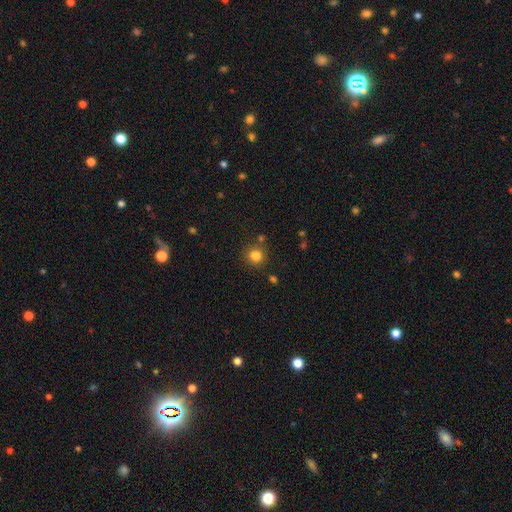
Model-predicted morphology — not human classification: Q: Smooth or featured?
A: smooth (82%); runner-up: star or artifact (13%)
Q: How rounded?
A: round (86%); runner-up: in between (13%)
Q: Merging?
A: none (81%); runner-up: minor disturbance (10%)